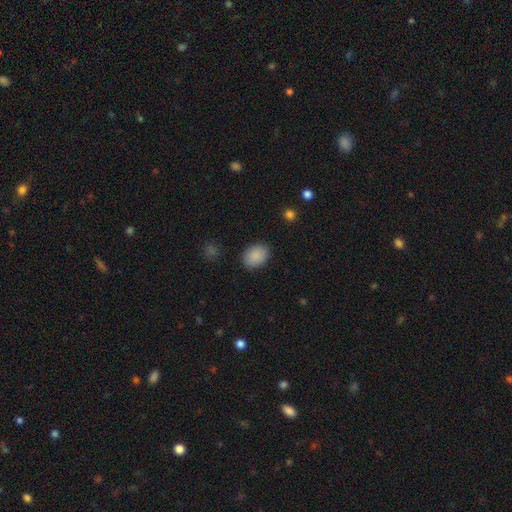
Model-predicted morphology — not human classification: This is clearly a smooth galaxy (89%). How rounded: likely in between (78%). Merging: clearly none (87%).